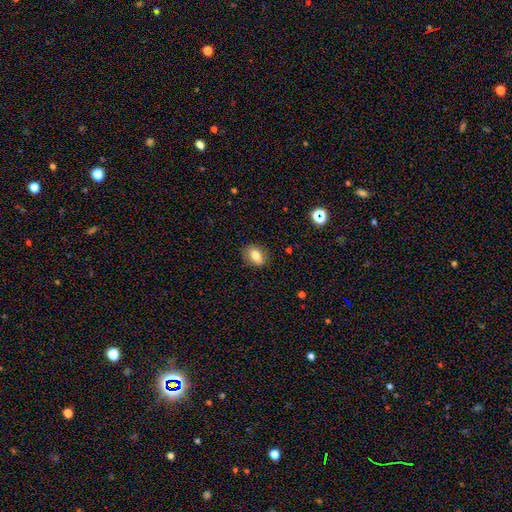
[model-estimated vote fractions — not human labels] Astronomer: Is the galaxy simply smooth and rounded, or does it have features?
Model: smooth — 71%.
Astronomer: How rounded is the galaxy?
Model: in between — 74%.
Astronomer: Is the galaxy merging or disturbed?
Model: none — 81%.